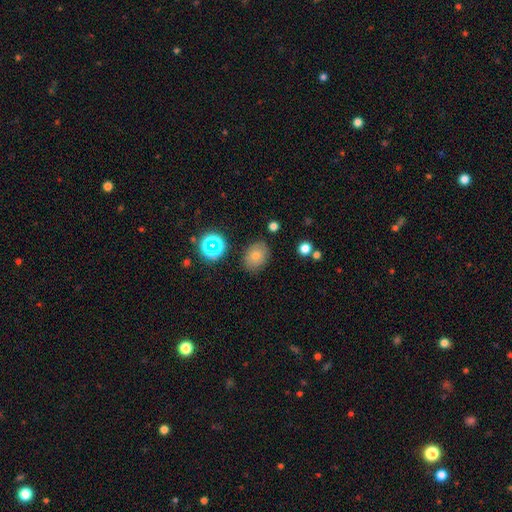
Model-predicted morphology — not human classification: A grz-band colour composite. It shows a smooth galaxy with no disk features (74%) that is in between round and cigar-shaped (65%). Merging: none (81%).